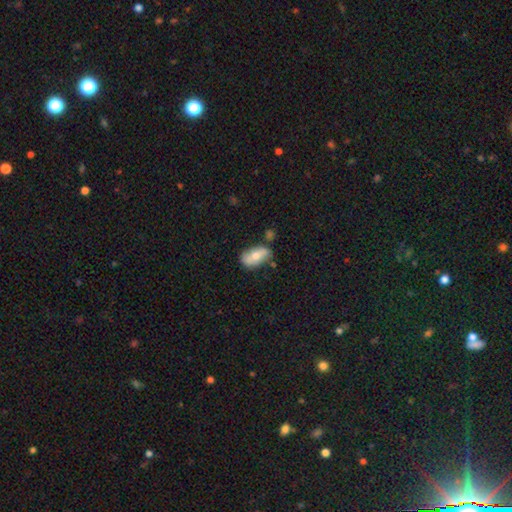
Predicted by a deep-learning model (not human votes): Overall: smooth (62%; featured or disk 31%). How rounded: in between (89%). Merging: none (65%).